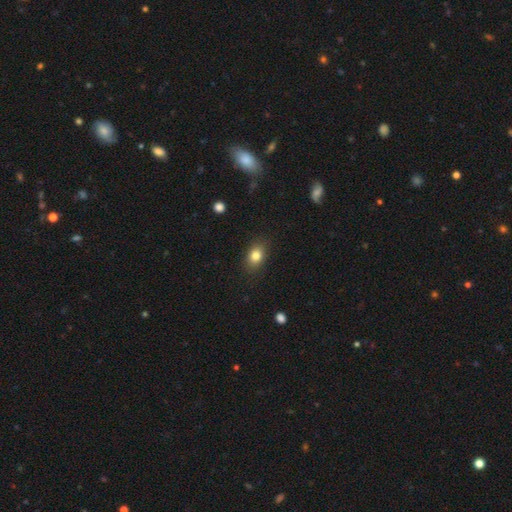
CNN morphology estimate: Smooth or featured? Predicted: smooth (p=0.81). How rounded? Predicted: in between (p=0.72). Merging? Predicted: none (p=0.84).